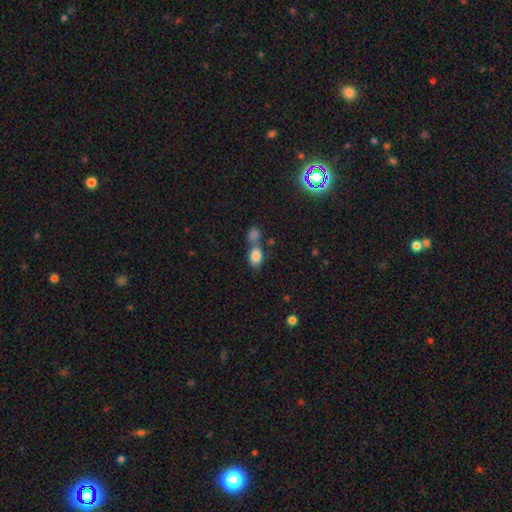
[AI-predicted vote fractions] Overall: smooth (83%). How rounded: in between (77%). Merging: merger (46%; none 39%).